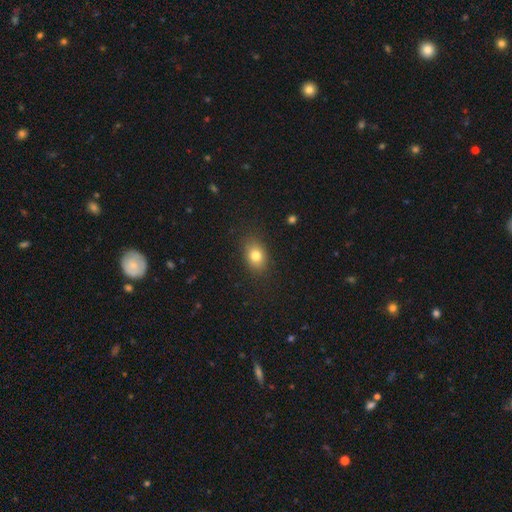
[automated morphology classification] smooth 80%, star or artifact 10%, featured or disk 10%. Down the decision tree: how rounded — in between (69%); merging — none (84%).